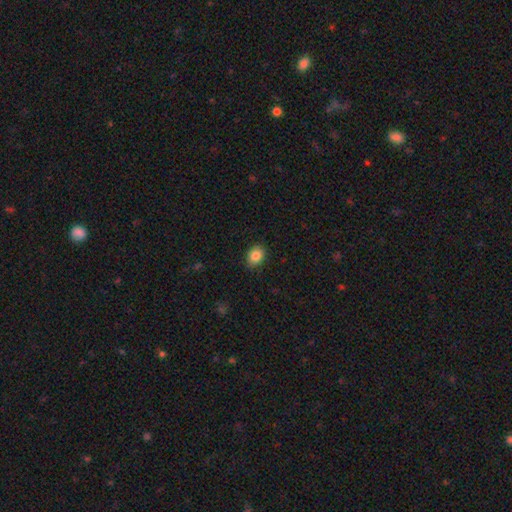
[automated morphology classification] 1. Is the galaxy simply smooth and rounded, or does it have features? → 85% smooth, 9% star or artifact, 6% featured or disk.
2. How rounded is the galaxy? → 60% in between, 39% round, 1% cigar-shaped.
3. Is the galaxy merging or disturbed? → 87% none, 10% minor disturbance, 2% major disturbance, 1% merger.